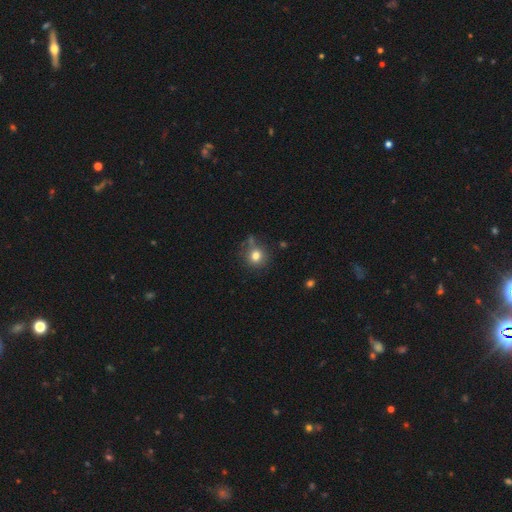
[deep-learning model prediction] Q: Smooth or featured?
A: smooth (79%); runner-up: star or artifact (13%)
Q: How rounded?
A: round (89%); runner-up: in between (10%)
Q: Merging?
A: none (70%); runner-up: minor disturbance (17%)